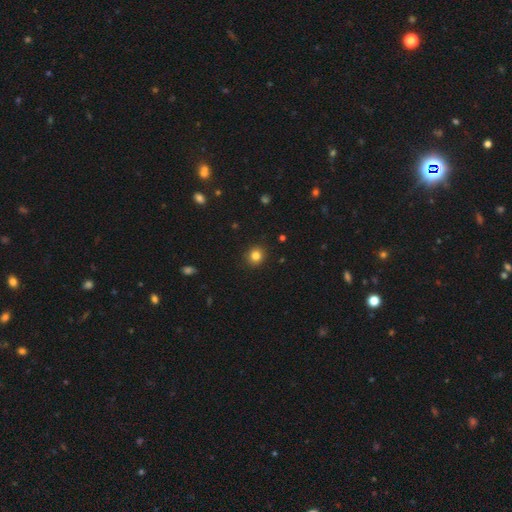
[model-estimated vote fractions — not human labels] smooth-or-featured: smooth: 83% | star or artifact: 12% | featured or disk: 5%
  how-rounded: round: 85% | in between: 15% | cigar-shaped: 1%
  merging: none: 91% | minor disturbance: 6% | major disturbance: 2% | merger: 1%